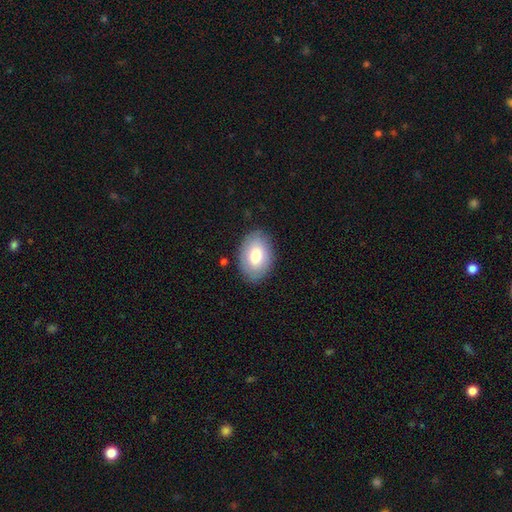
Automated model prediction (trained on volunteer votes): This appears to be a smooth galaxy with no disk features (76%) that is in between round and cigar-shaped (86%). Merging: none (84%).